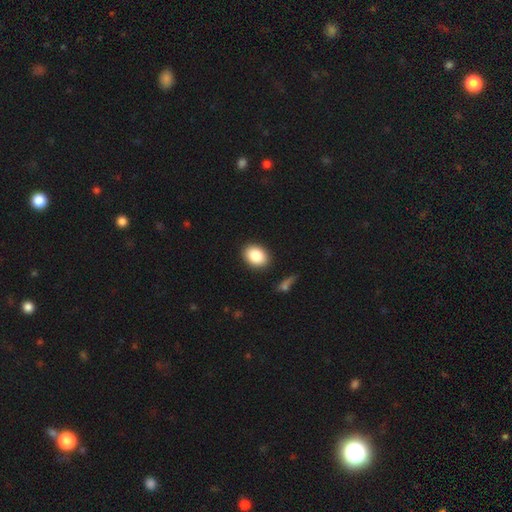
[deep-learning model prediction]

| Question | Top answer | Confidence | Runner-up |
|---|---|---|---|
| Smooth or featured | smooth | 86% | star or artifact (7%) |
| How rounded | in between | 68% | round (31%) |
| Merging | none | 88% | minor disturbance (8%) |